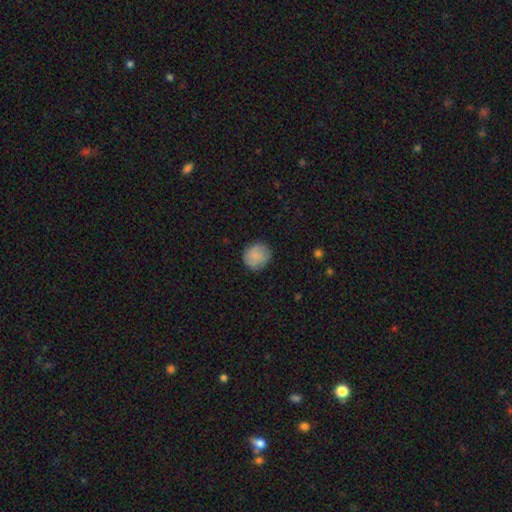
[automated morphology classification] type=smooth (79%); roundness=round (88%); merging=none (83%).